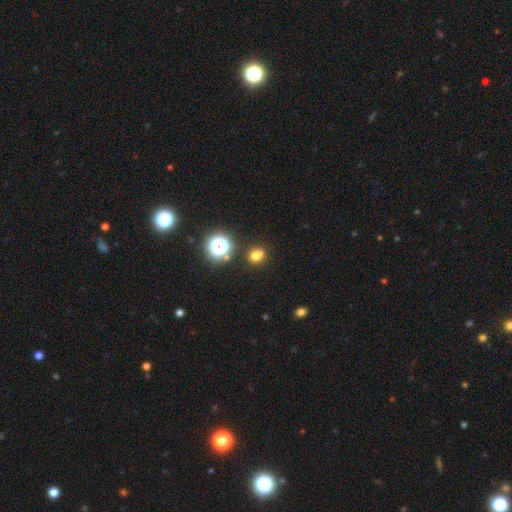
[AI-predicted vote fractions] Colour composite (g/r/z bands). It shows a smooth galaxy with no disk features (71%) that is round (73%). Merging: none (67%).